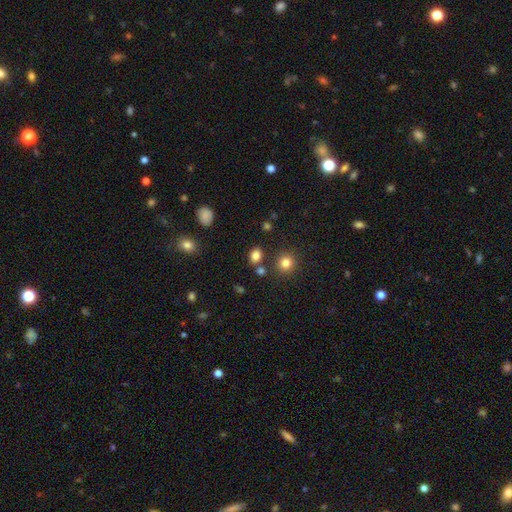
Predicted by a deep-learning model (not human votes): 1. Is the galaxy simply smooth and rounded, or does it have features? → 81% smooth, 13% star or artifact, 6% featured or disk.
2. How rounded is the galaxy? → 55% in between, 44% round, 1% cigar-shaped.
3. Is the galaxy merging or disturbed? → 76% none, 11% merger, 10% minor disturbance, 4% major disturbance.